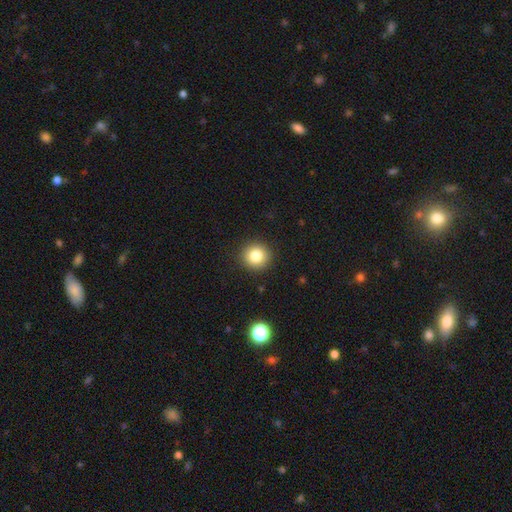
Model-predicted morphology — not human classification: smooth 82%, star or artifact 11%, featured or disk 7%. Down the decision tree: how rounded — round (94%); merging — none (92%).